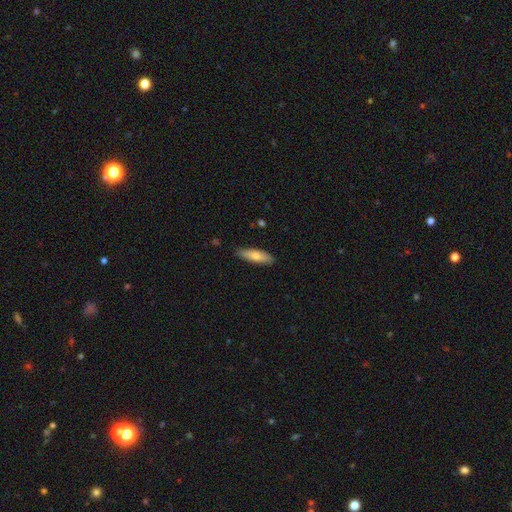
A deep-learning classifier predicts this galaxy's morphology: Smooth or featured: smooth — 70% (featured or disk — 24%)
How rounded: cigar-shaped — 51% (in between — 47%)
Merging: none — 84% (minor disturbance — 13%)